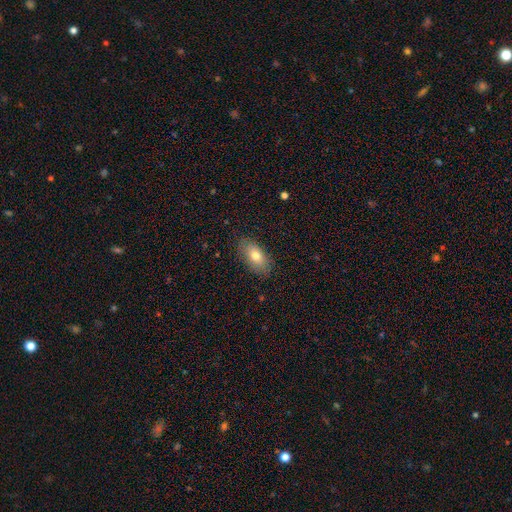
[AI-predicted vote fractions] Smooth or featured? Predicted: smooth (p=0.75). How rounded? Predicted: in between (p=0.90). Merging? Predicted: none (p=0.85).